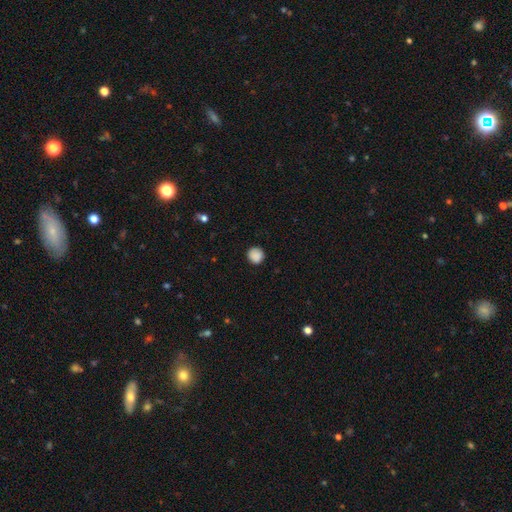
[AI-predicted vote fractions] Smooth or featured?
  - smooth: 88% *
  - star or artifact: 9%
  - featured or disk: 3%
How rounded?
  - round: 91% *
  - in between: 8%
  - cigar-shaped: 1%
Merging?
  - none: 88% *
  - minor disturbance: 9%
  - major disturbance: 2%
  - merger: 1%